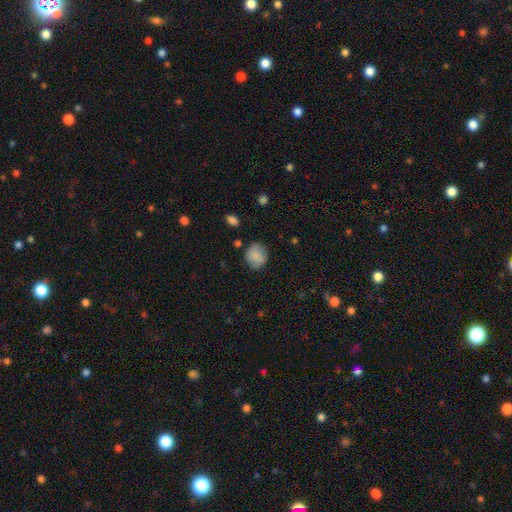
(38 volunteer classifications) Volunteers were most divided on "how rounded": round: 76%, in between: 24%, cigar-shaped: 0%. More confident: smooth or featured — smooth (76%); merging — none (74%).